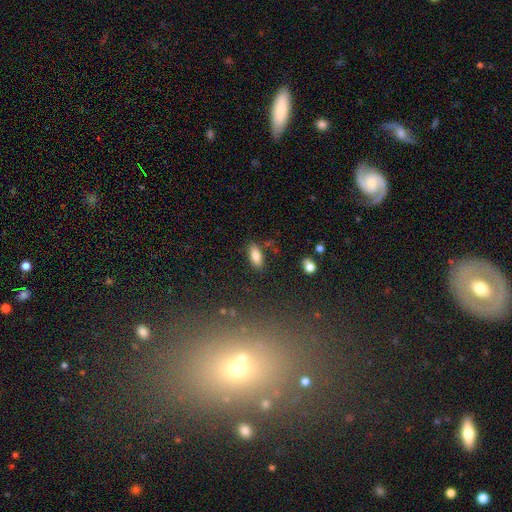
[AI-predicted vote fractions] Smooth or featured?
  - smooth: 83% *
  - featured or disk: 9%
  - star or artifact: 8%
How rounded?
  - in between: 86% *
  - cigar-shaped: 12%
  - round: 2%
Merging?
  - none: 82% *
  - minor disturbance: 12%
  - merger: 4%
  - major disturbance: 3%